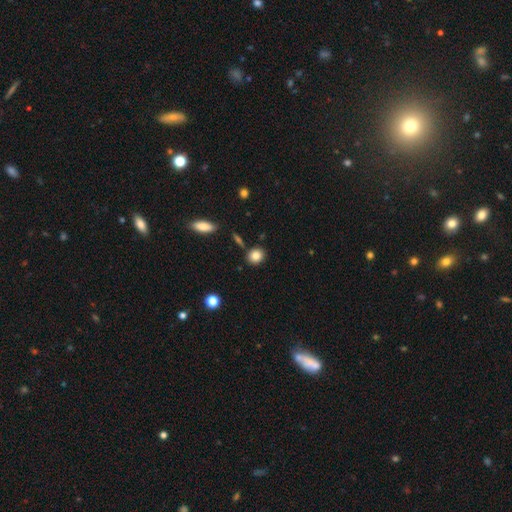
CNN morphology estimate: This appears to be a smooth galaxy with no disk features (84%) that is round (71%). Merging: none (84%).